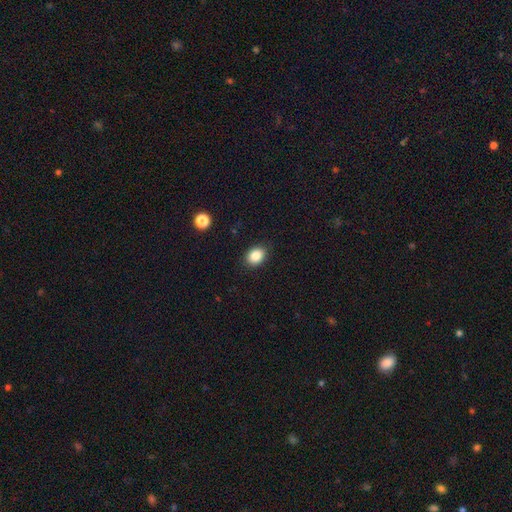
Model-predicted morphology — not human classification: A smooth galaxy with no disk features (85%) that is in between round and cigar-shaped (64%).

Vote fractions:
- Smooth or featured? smooth: 85% / star or artifact: 9% / featured or disk: 5%
- How rounded? in between: 64% / round: 35% / cigar-shaped: 1%
- Merging? none: 87% / minor disturbance: 9% / major disturbance: 2% / merger: 1%